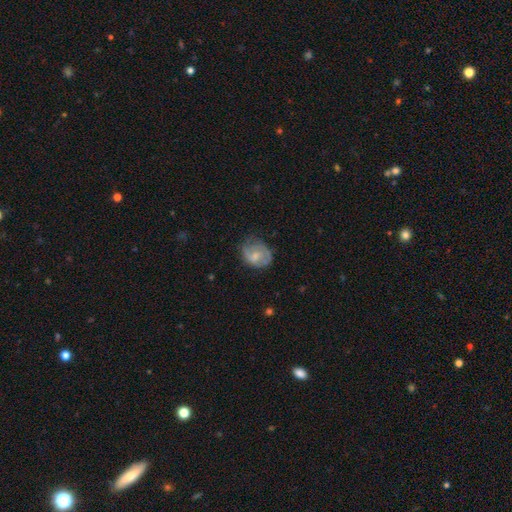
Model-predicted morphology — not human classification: Overall: smooth (47%; featured or disk 45%). Merging: none (54%; minor disturbance 30%).